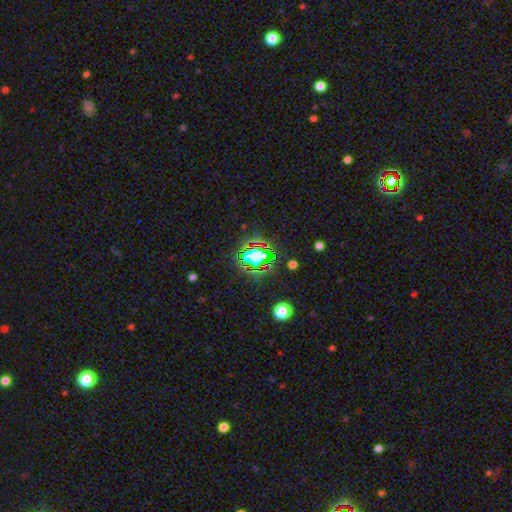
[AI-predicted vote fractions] This appears to be a star or artifact, not a galaxy (67%).